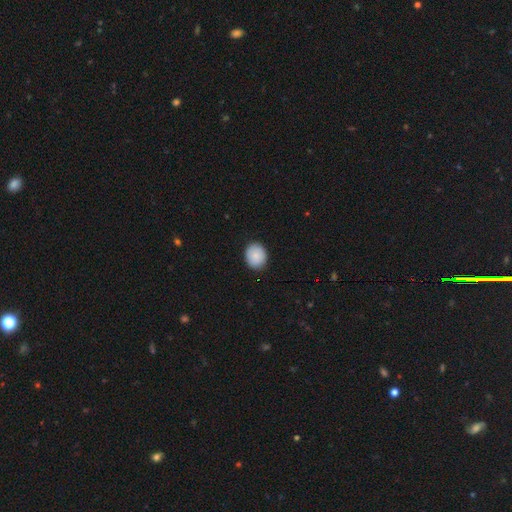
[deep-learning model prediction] Smooth or featured? smooth (85%)
How rounded? round (62%)
Merging? none (88%)